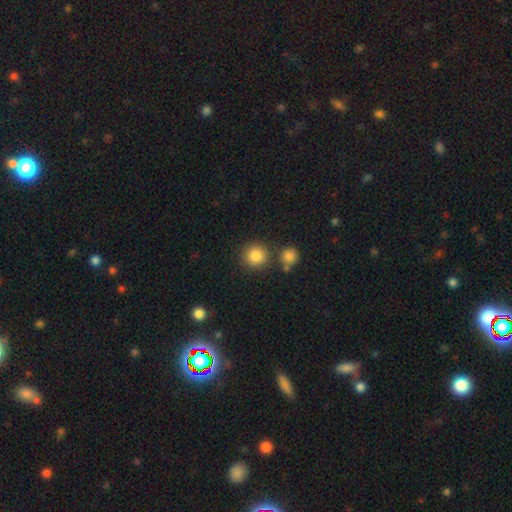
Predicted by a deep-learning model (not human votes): The model was most divided on "merging": none: 80%, merger: 9%, minor disturbance: 8%, major disturbance: 3%. More confident: how rounded — round (92%); smooth or featured — smooth (86%).